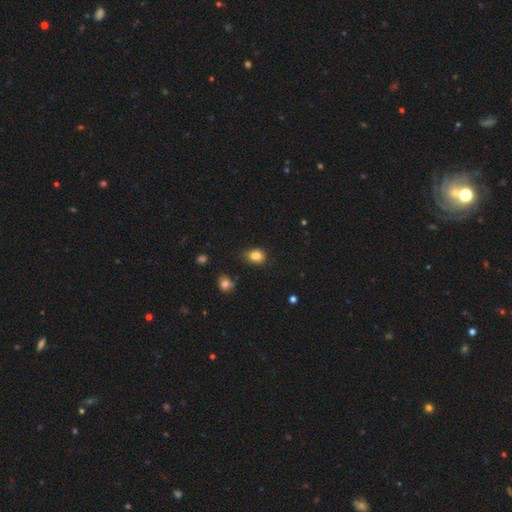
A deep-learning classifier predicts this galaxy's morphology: Smooth or featured?
  - smooth: 84% *
  - star or artifact: 11%
  - featured or disk: 5%
How rounded?
  - in between: 66% *
  - round: 33%
  - cigar-shaped: 1%
Merging?
  - none: 66% *
  - minor disturbance: 26%
  - major disturbance: 5%
  - merger: 3%